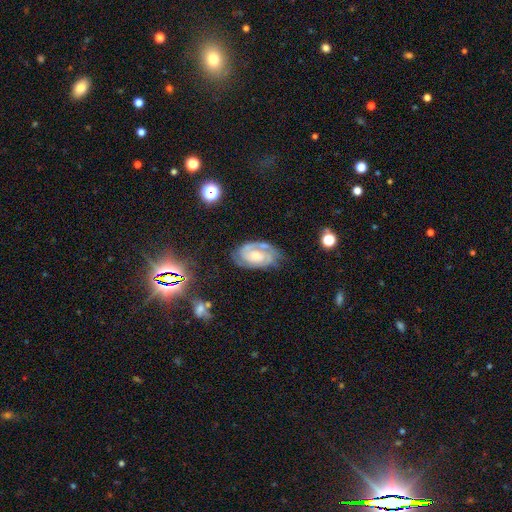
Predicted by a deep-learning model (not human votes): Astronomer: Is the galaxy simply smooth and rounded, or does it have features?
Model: featured or disk — 85%.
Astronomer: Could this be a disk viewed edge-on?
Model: no — 97%.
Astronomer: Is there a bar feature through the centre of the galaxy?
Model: no — 62%.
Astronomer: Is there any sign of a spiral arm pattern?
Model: yes — 96%.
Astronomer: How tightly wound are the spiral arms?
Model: tight — 66%.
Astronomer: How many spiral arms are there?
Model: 2 — 71%.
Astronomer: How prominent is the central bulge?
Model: moderate — 40%, tied with small at 40%.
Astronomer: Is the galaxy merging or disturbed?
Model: none — 71%.